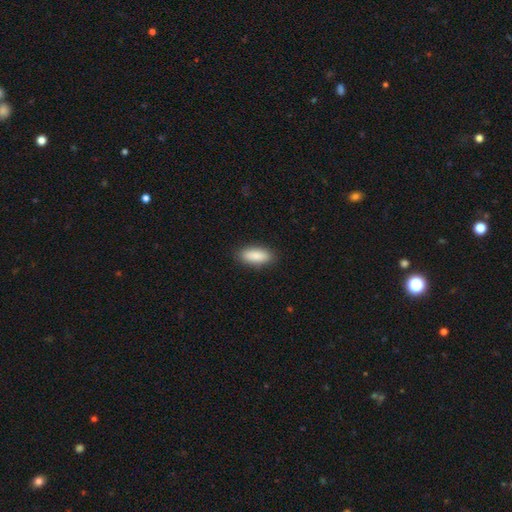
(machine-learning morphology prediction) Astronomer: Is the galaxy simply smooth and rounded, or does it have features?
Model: smooth — 89%.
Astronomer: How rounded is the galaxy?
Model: in between — 80%.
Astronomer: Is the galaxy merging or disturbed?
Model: none — 88%.